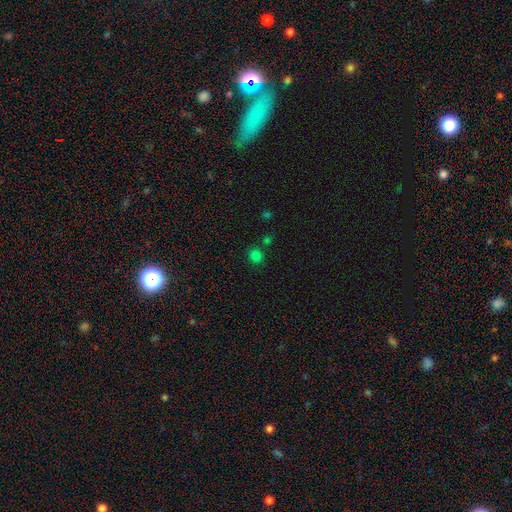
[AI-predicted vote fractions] Smooth or featured?
  - smooth: 77% *
  - star or artifact: 19%
  - featured or disk: 4%
How rounded?
  - round: 80% *
  - in between: 19%
  - cigar-shaped: 1%
Merging?
  - none: 79% *
  - merger: 9%
  - minor disturbance: 9%
  - major disturbance: 3%